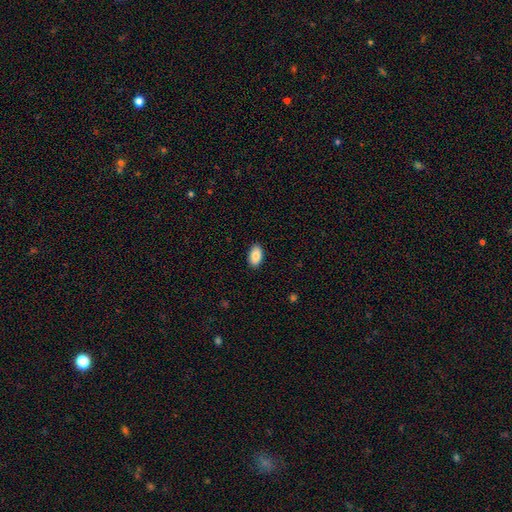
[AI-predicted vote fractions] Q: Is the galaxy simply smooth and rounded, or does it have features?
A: smooth — 85%.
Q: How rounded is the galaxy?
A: in between — 94%.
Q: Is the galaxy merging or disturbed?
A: none — 89%.